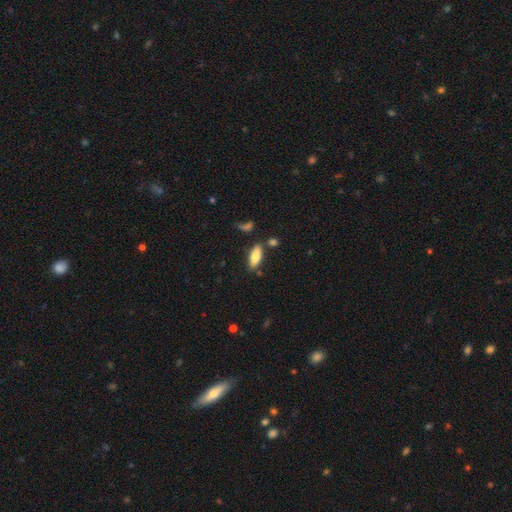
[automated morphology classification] smooth-or-featured: smooth: 77% | featured or disk: 17% | star or artifact: 6%
  how-rounded: in between: 73% | cigar-shaped: 25% | round: 2%
  merging: none: 78% | minor disturbance: 13% | merger: 6% | major disturbance: 3%